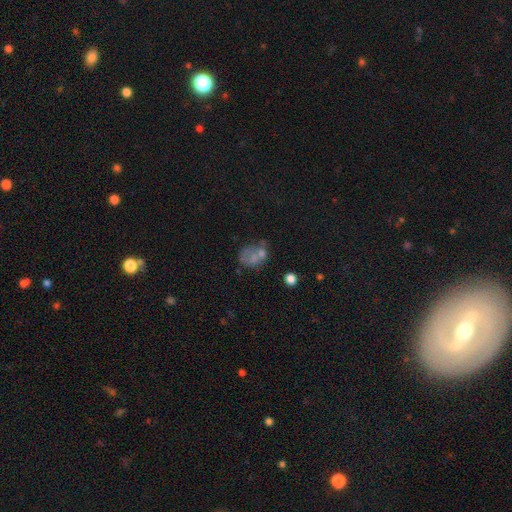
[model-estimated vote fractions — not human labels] Overall: smooth (51%; featured or disk 32%). How rounded: in between (56%; round 43%). Merging: none (31%; merger 26%).